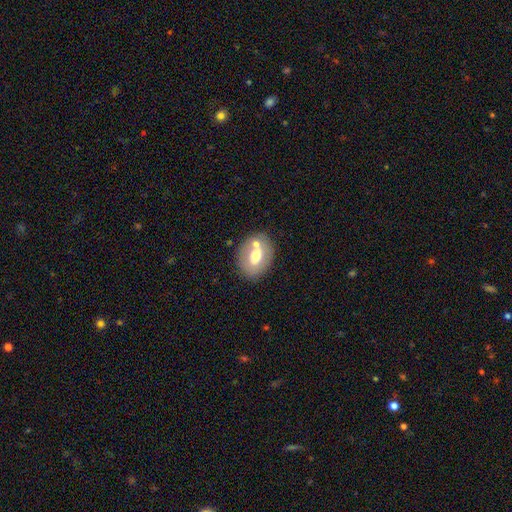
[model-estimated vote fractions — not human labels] Smooth or featured? Predicted: smooth (p=0.56). How rounded? Predicted: in between (p=0.71). Merging? Predicted: none (p=0.65).